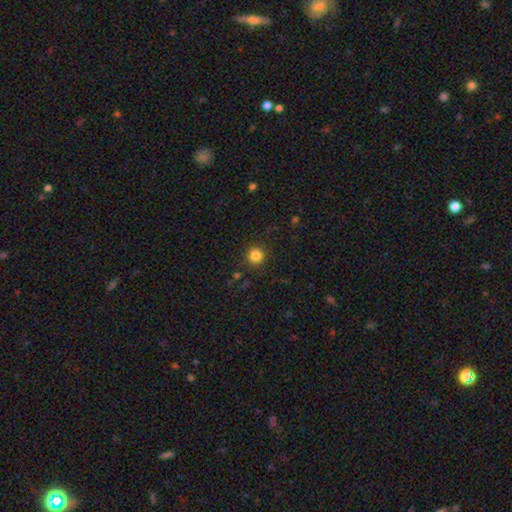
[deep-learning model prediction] This appears to be a smooth galaxy with no disk features (83%) that is round (93%). Merging: none (90%).